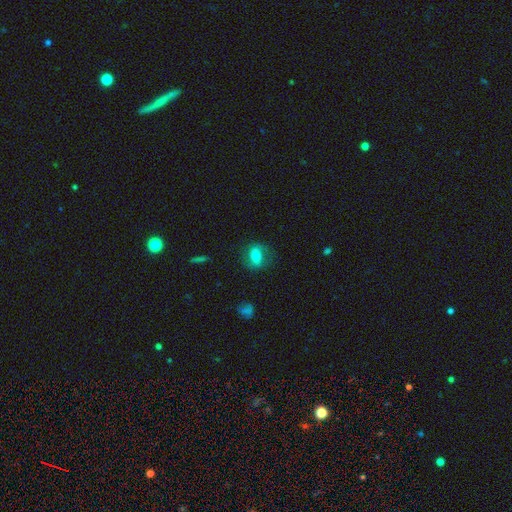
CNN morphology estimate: A smooth galaxy with no disk features (66%) that is in between round and cigar-shaped (67%). Merging: none (74%).